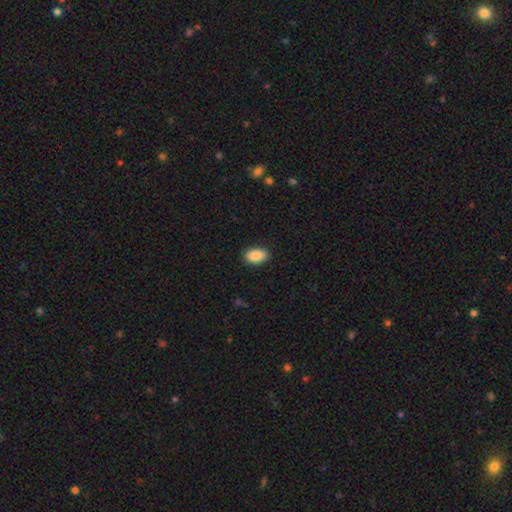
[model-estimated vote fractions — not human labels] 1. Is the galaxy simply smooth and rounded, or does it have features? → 89% smooth, 7% star or artifact, 4% featured or disk.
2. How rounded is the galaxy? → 93% in between, 6% round, 2% cigar-shaped.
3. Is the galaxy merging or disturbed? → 88% none, 9% minor disturbance, 2% major disturbance, 1% merger.